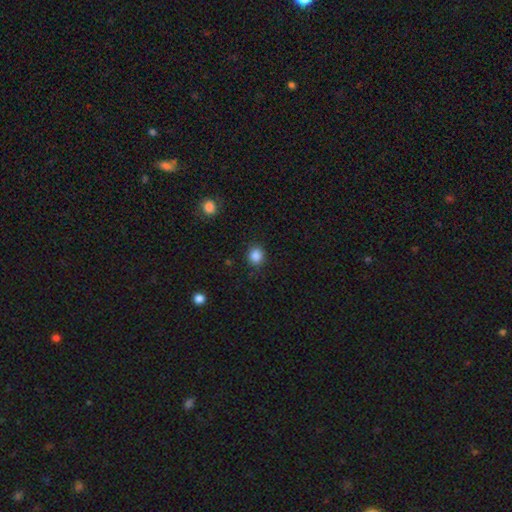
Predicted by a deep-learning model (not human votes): Q: Smooth or featured?
A: smooth (87%); runner-up: star or artifact (11%)
Q: How rounded?
A: round (88%); runner-up: in between (11%)
Q: Merging?
A: none (88%); runner-up: minor disturbance (8%)